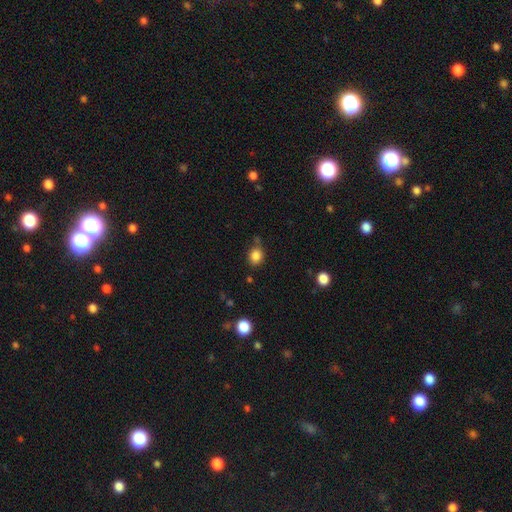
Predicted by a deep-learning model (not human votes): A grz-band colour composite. It shows a smooth galaxy with no disk features (85%) that is round (64%). Merging: none (75%).